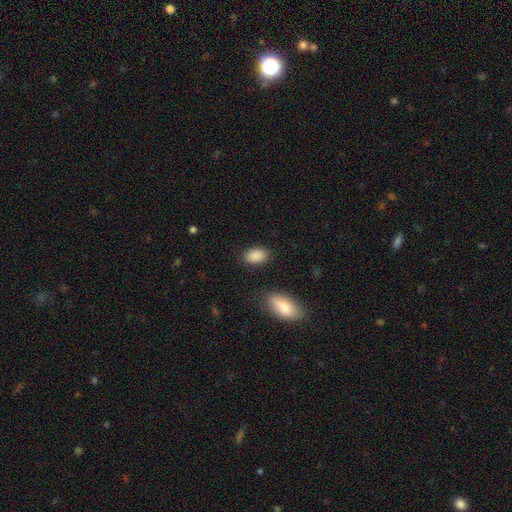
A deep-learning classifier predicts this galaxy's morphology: Smooth or featured: smooth — 89% (star or artifact — 7%)
How rounded: in between — 90% (round — 8%)
Merging: none — 84% (minor disturbance — 10%)